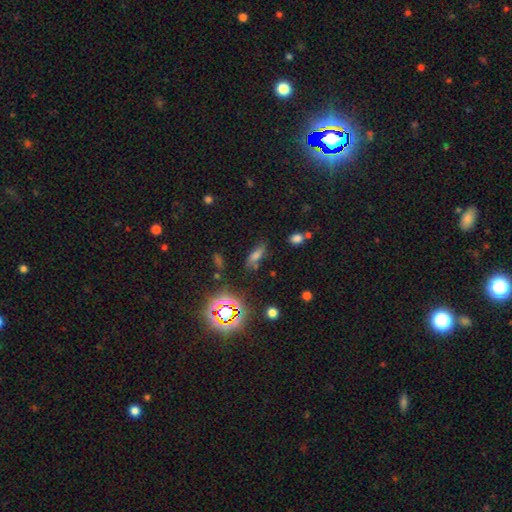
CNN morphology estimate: Overall: smooth (54%; star or artifact 29%). How rounded: in between (58%; cigar-shaped 35%). Merging: none (72%).